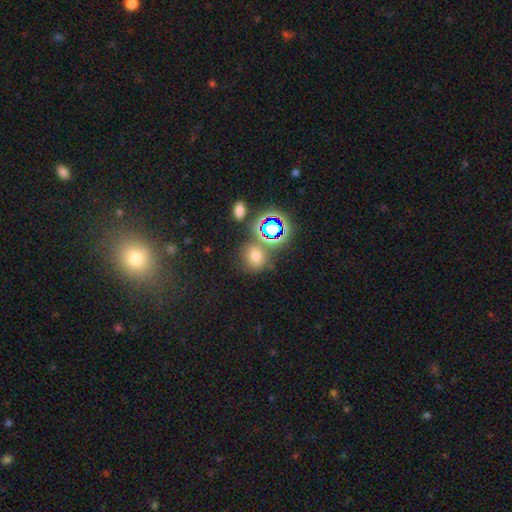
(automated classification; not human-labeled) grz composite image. It shows a smooth galaxy with no disk features (62%) that is round (72%). Merging: none (69%).